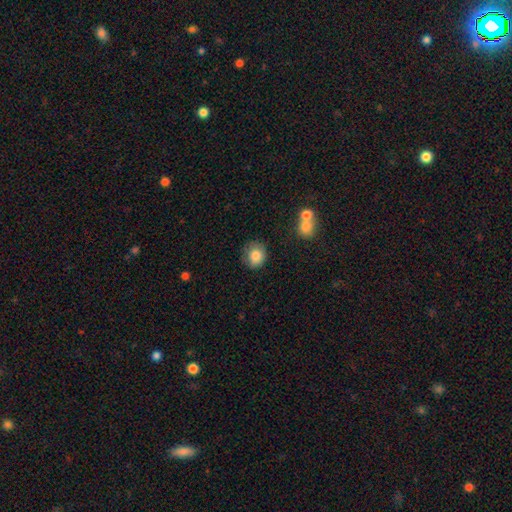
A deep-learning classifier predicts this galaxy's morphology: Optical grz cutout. It shows a smooth galaxy with no disk features (84%) that is round (77%). Merging: none (73%).